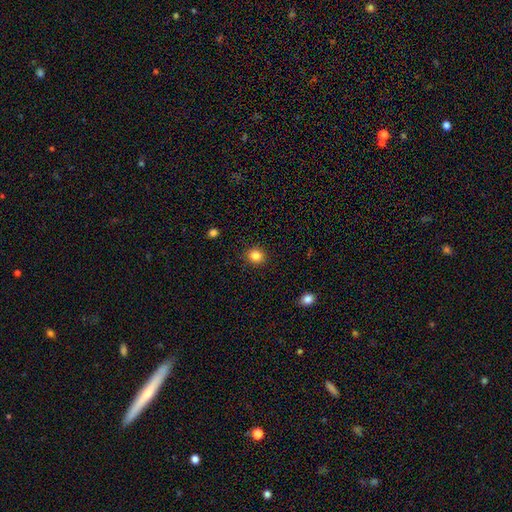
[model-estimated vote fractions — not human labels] smooth-or-featured: smooth: 85% | star or artifact: 11% | featured or disk: 4%
  how-rounded: round: 85% | in between: 14% | cigar-shaped: 1%
  merging: none: 91% | minor disturbance: 6% | major disturbance: 2% | merger: 1%